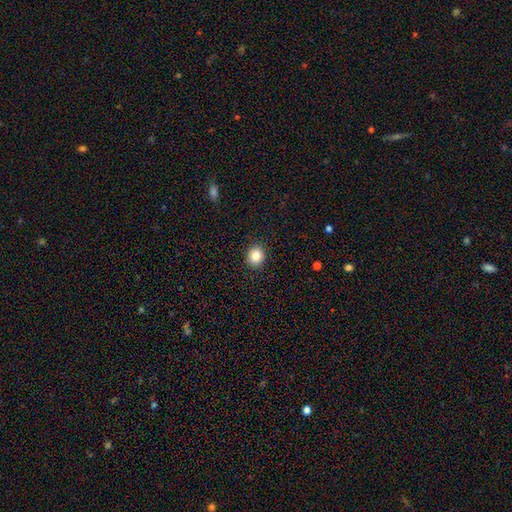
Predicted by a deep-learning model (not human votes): Smooth or featured: smooth — 84% (star or artifact — 10%)
How rounded: round — 83% (in between — 16%)
Merging: none — 92% (minor disturbance — 6%)